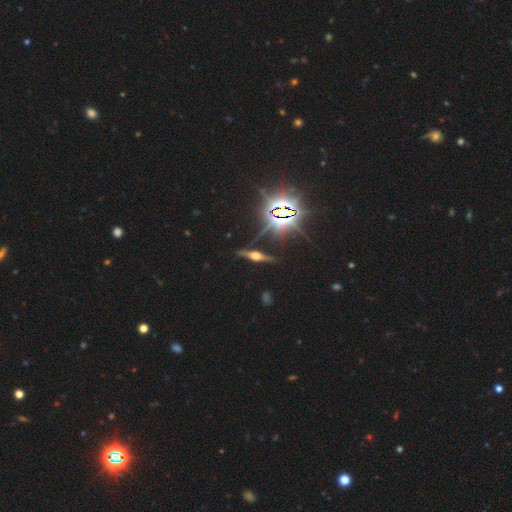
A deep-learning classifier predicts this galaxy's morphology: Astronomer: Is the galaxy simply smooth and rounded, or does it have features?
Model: featured or disk — 62%.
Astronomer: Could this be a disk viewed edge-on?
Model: yes — 94%.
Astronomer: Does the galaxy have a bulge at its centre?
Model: rounded — 92%.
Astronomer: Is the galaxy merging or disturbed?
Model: none — 82%.